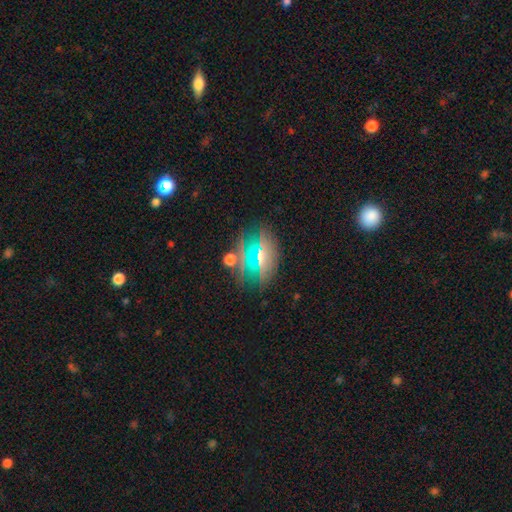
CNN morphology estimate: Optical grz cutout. It shows a featured or disk galaxy (51%). Merging: none (66%).